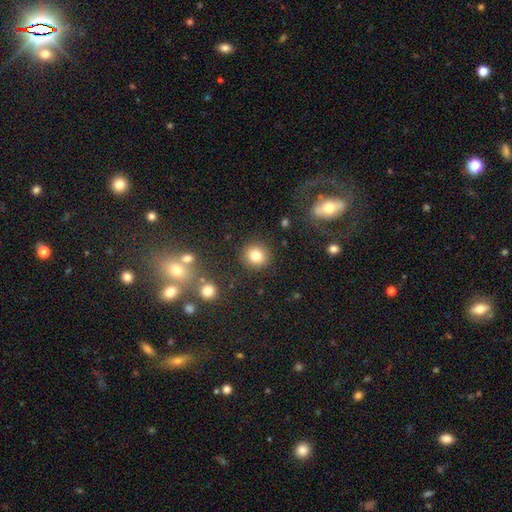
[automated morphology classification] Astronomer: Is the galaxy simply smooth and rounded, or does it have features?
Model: smooth — 80%.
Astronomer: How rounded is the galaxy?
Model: round — 88%.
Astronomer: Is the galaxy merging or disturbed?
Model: none — 88%.